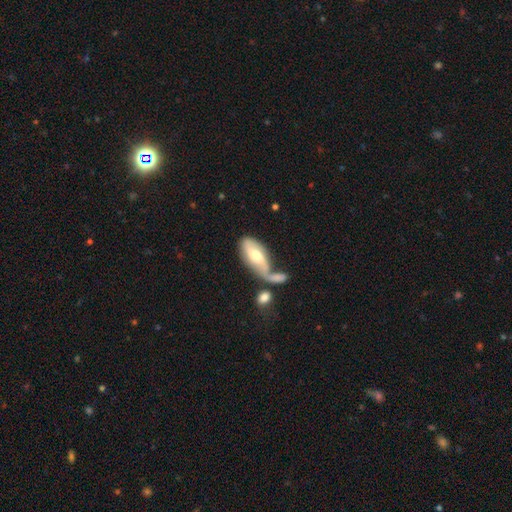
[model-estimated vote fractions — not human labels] This is possibly a featured or disk galaxy (51%). It is clearly not viewed edge-on (83%). Merging: marginally merger (43%).